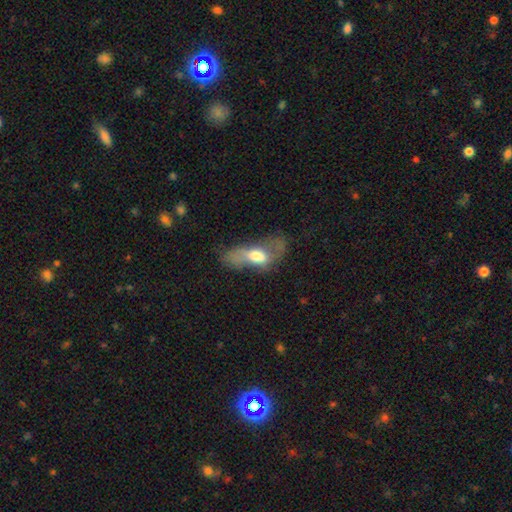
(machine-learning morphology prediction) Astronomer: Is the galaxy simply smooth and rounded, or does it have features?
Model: smooth — 51% (runner-up: featured or disk, 40%).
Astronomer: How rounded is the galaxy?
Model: in between — 77%.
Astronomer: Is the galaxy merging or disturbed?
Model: major disturbance — 46% (runner-up: none, 25%).